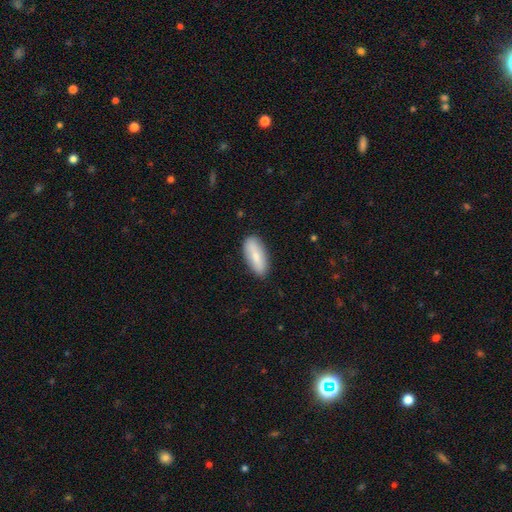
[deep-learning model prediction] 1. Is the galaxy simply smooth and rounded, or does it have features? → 73% smooth, 21% featured or disk, 6% star or artifact.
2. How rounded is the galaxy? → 74% in between, 24% cigar-shaped, 2% round.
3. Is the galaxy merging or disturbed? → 87% none, 10% minor disturbance, 2% major disturbance, 1% merger.